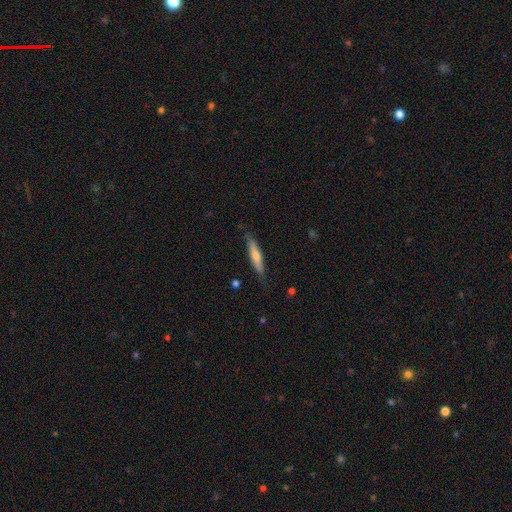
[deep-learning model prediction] Smooth or featured? Predicted: featured or disk (p=0.48). Merging? Predicted: none (p=0.82).